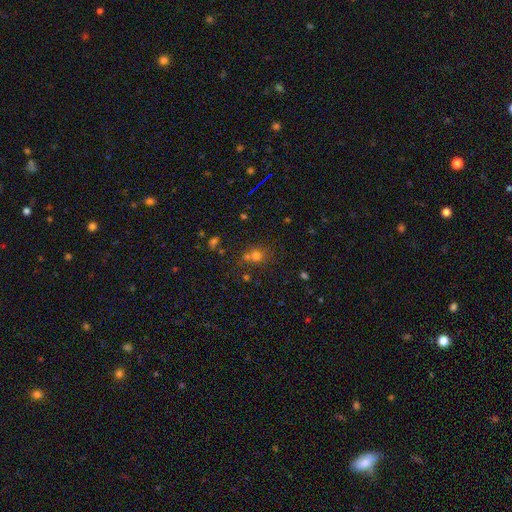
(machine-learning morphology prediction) A smooth galaxy with no disk features (66%) that is round (82%). Merging: none (52%).